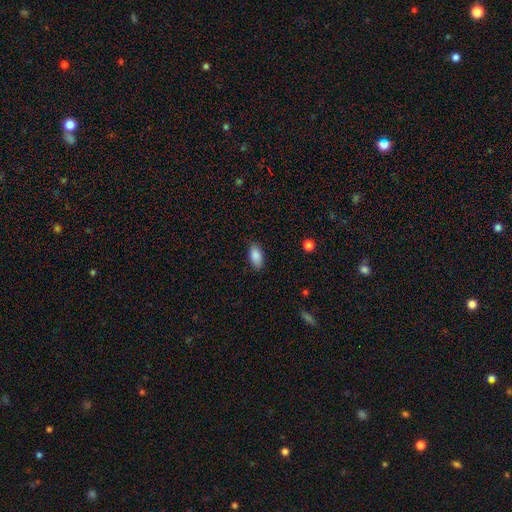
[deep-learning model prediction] Morphology: type=smooth (87%); roundness=in between (91%); merging=none (83%).